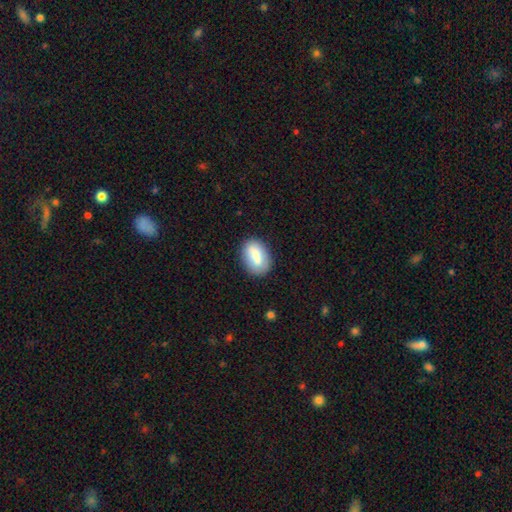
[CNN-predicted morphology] Overall: smooth (75%). How rounded: in between (86%). Merging: none (81%).